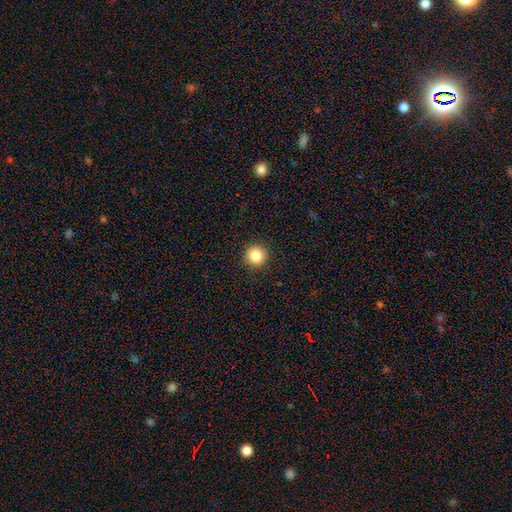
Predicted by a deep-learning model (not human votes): Smooth or featured? smooth (85%)
How rounded? round (95%)
Merging? none (92%)